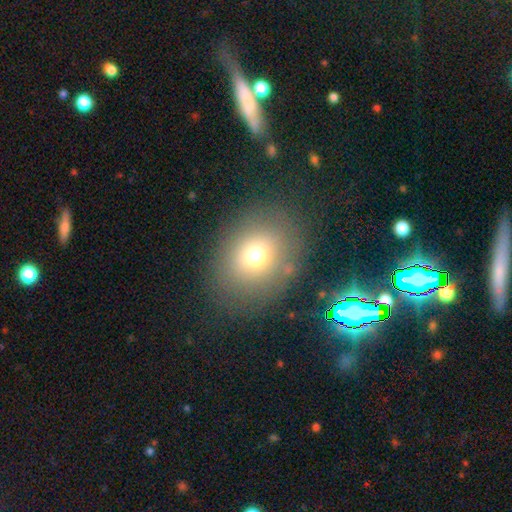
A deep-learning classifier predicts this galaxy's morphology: Smooth or featured? Predicted: smooth (p=0.70). How rounded? Predicted: round (p=0.57). Merging? Predicted: none (p=0.80).